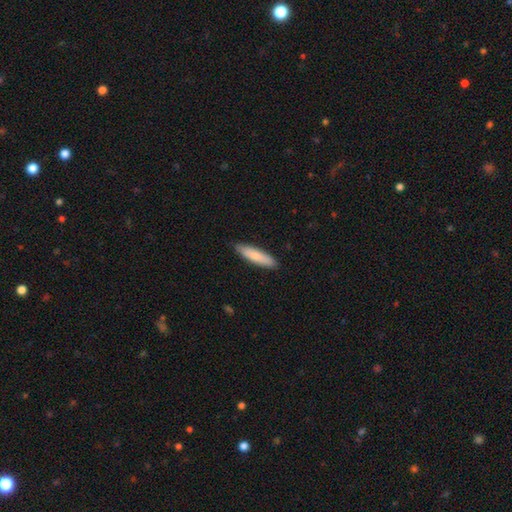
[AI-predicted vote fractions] The model was most divided on "how rounded": cigar-shaped: 74%, in between: 24%, round: 1%. More confident: merging — none (87%); smooth or featured — smooth (78%).